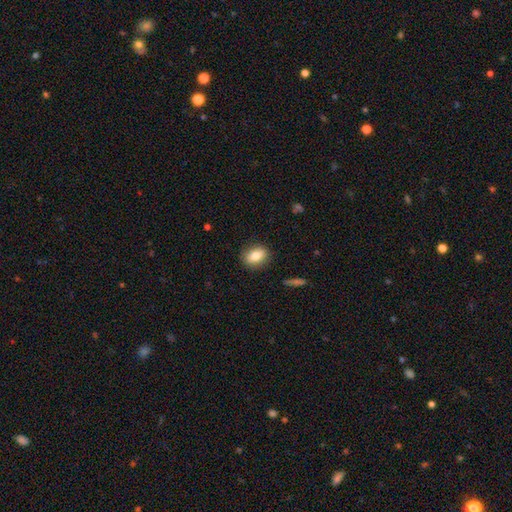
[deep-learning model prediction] A smooth galaxy with no disk features (78%) that is in between round and cigar-shaped (66%). Merging: none (86%).